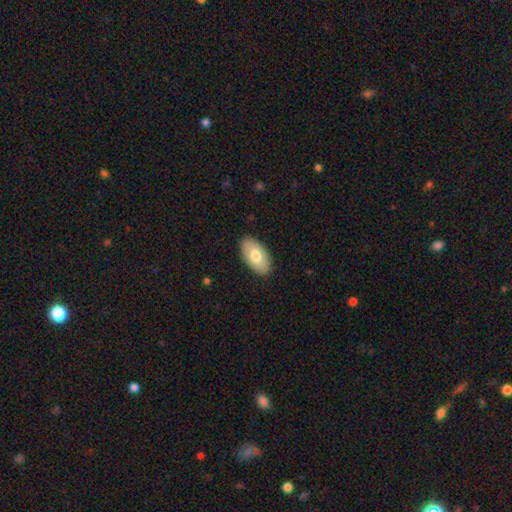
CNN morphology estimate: Smooth or featured?
  - smooth: 71% *
  - featured or disk: 23%
  - star or artifact: 5%
How rounded?
  - in between: 95% *
  - round: 3%
  - cigar-shaped: 2%
Merging?
  - none: 88% *
  - minor disturbance: 9%
  - major disturbance: 2%
  - merger: 1%